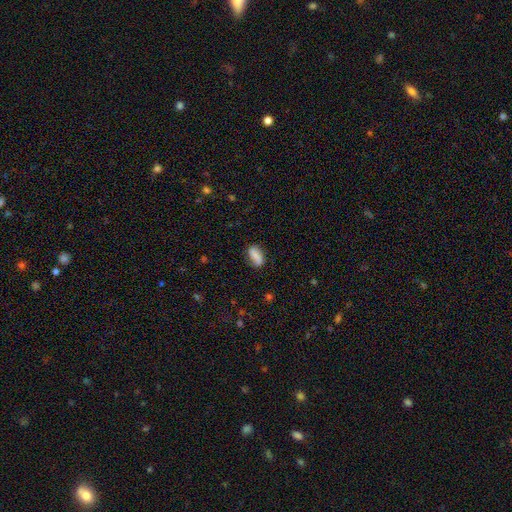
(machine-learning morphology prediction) Smooth or featured? Predicted: smooth (p=0.71). How rounded? Predicted: in between (p=0.87). Merging? Predicted: none (p=0.70).